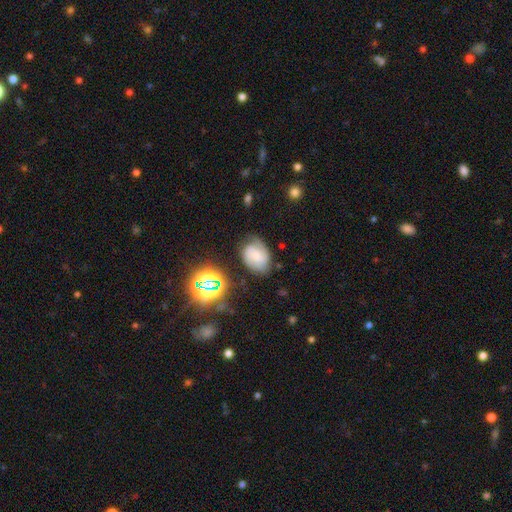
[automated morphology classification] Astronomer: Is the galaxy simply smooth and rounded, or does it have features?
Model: featured or disk — 45% (runner-up: smooth, 41%).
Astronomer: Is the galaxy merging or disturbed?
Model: none — 65%.